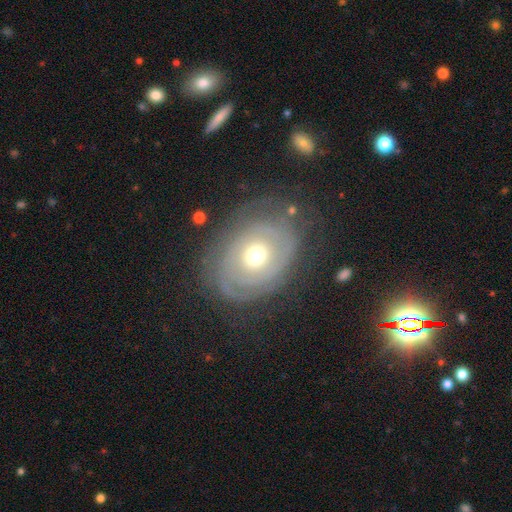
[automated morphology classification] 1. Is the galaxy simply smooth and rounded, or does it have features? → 74% featured or disk, 19% smooth, 7% star or artifact.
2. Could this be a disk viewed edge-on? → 95% no, 5% yes.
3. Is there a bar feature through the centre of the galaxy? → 84% no, 13% weak, 3% strong.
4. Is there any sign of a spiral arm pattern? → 77% yes, 23% no.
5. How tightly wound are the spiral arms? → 75% tight, 18% medium, 7% loose.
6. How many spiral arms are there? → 44% can't tell, 27% 2, 11% 3, 8% 1, 5% 4, 5% more than 4.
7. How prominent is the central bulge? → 68% moderate, 24% small, 6% large, 1% dominant, 1% none.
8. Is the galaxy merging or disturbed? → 73% none, 17% minor disturbance, 8% major disturbance, 2% merger.